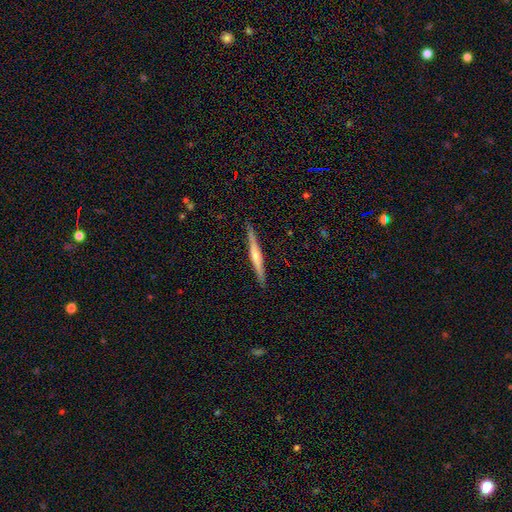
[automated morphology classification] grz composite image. It shows a featured or disk galaxy (58%) viewed edge-on (97%) with a rounded central bulge (60%). Merging: none (90%).